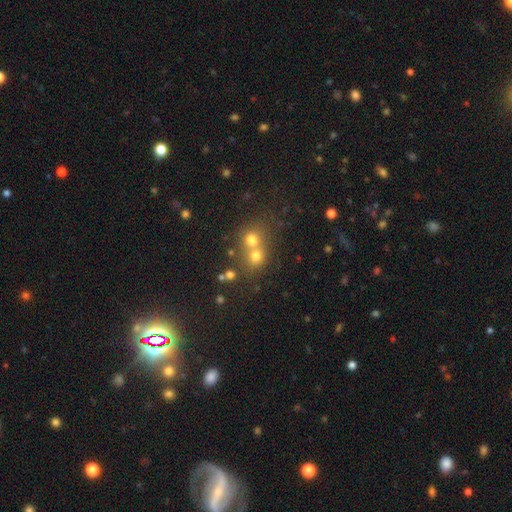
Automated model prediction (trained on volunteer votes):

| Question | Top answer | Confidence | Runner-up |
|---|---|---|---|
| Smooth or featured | smooth | 69% | star or artifact (17%) |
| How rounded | round | 77% | in between (22%) |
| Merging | merger | 55% | none (36%) |